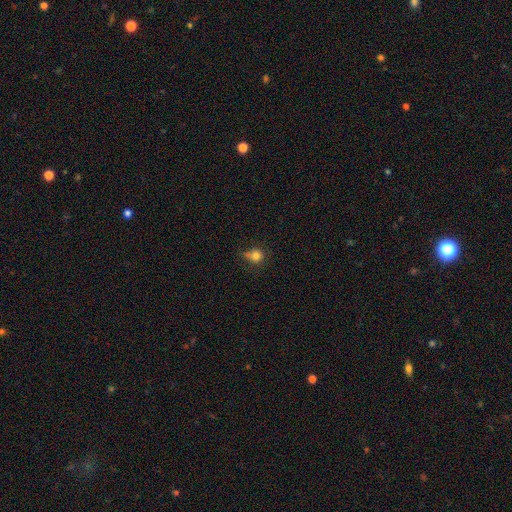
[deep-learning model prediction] Smooth or featured? smooth (79%)
How rounded? round (81%)
Merging? none (53%)